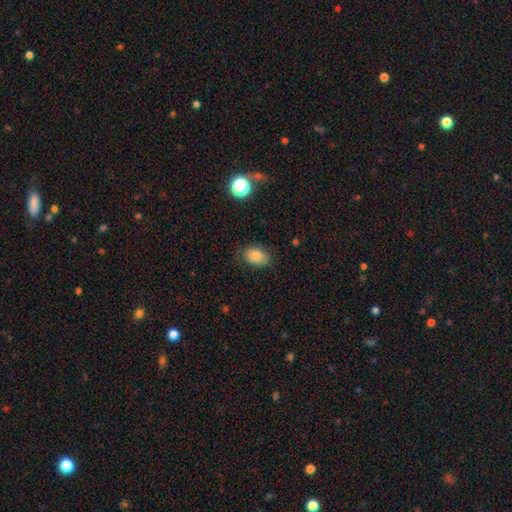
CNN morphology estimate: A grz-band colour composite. It shows a smooth galaxy with no disk features (80%) that is in between round and cigar-shaped (78%). Merging: none (79%).